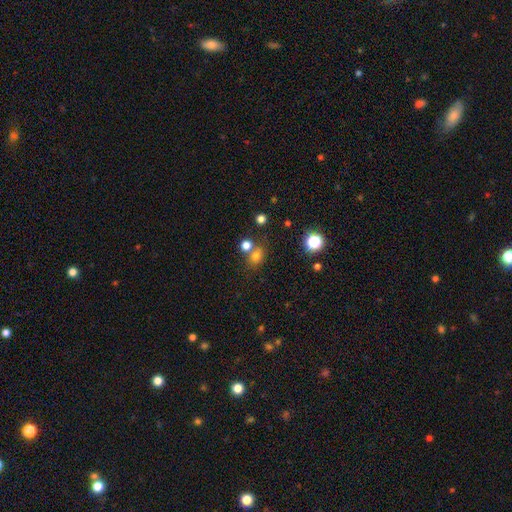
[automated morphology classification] smooth-or-featured: smooth: 71% | star or artifact: 20% | featured or disk: 9%
  how-rounded: round: 71% | in between: 28% | cigar-shaped: 1%
  merging: none: 57% | merger: 30% | minor disturbance: 9% | major disturbance: 4%